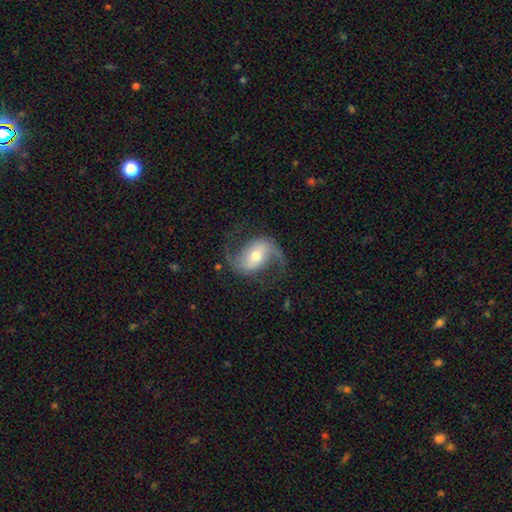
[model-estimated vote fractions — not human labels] Morphology: type=featured or disk (86%); edge-on=no (97%); bar=weak (42%); spiral arms=yes (96%); winding=loose (58%); arm count=2 (93%); bulge=moderate (61%); merging=none (75%).